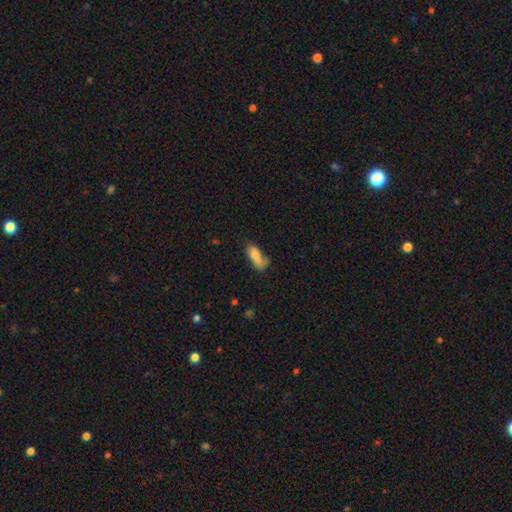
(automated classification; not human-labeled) This is likely a smooth galaxy (74%). How rounded: clearly in between (81%). Merging: marginally none (32%).